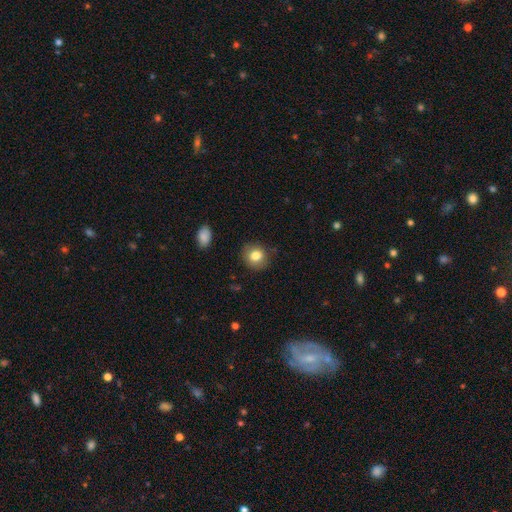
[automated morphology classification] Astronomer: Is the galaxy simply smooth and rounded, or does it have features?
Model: smooth — 82%.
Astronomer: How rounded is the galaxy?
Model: round — 80%.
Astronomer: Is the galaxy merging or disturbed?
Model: none — 84%.